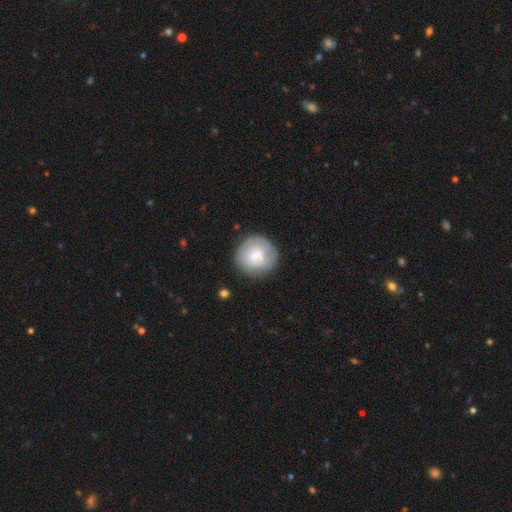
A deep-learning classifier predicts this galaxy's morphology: Smooth or featured? featured or disk (48%)
Merging? none (78%)